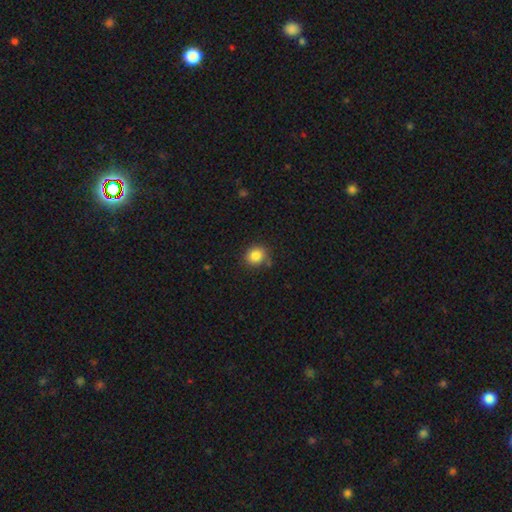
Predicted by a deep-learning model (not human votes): This is clearly a smooth galaxy (85%). How rounded: likely round (78%). Merging: likely none (75%).